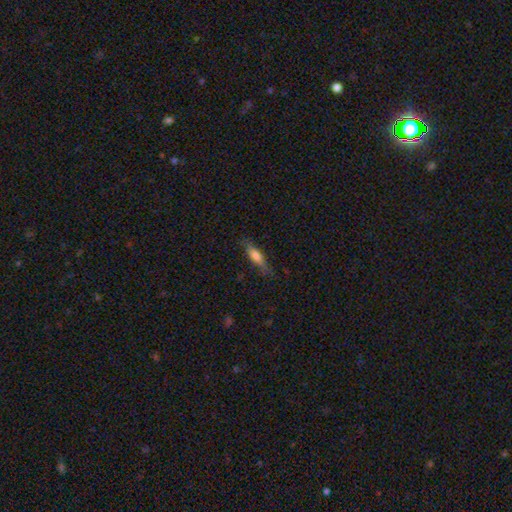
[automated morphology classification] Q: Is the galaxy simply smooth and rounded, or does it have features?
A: smooth — 66%.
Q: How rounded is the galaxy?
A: cigar-shaped — 62%.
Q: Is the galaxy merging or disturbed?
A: none — 75%.